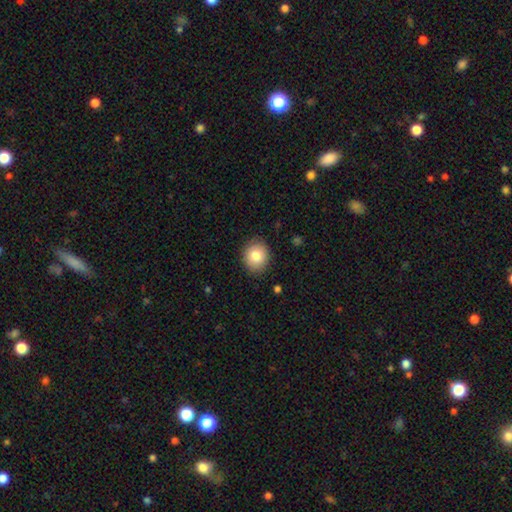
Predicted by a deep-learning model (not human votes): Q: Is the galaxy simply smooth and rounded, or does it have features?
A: smooth — 81%.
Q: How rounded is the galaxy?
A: round — 72%.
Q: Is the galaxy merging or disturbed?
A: none — 88%.